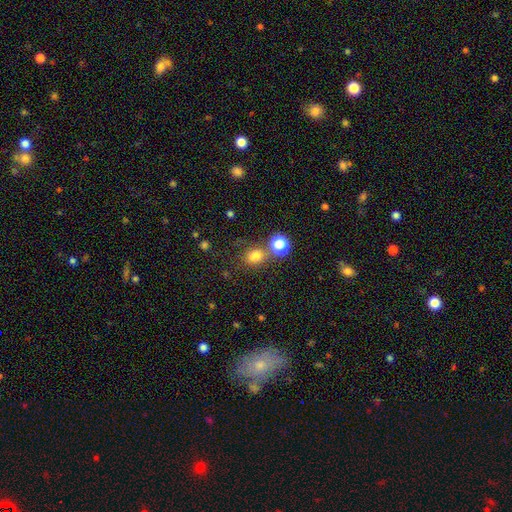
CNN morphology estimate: The model was most divided on "how rounded": round: 57%, in between: 42%, cigar-shaped: 1%. More confident: smooth or featured — smooth (75%); merging — none (59%).